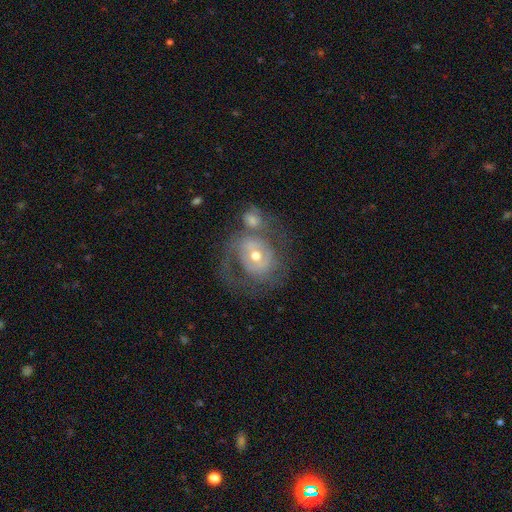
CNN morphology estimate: A featured or disk galaxy (69%) with no bar (61%), spiral arms (69%) and a moderate central bulge (66%). Merging: none (36%).